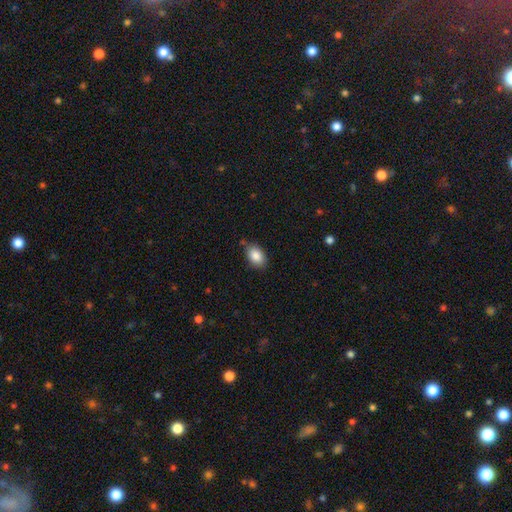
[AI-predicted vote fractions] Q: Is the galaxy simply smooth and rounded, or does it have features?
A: smooth — 87%.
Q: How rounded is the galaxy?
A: in between — 84%.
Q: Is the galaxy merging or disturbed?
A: none — 77%.